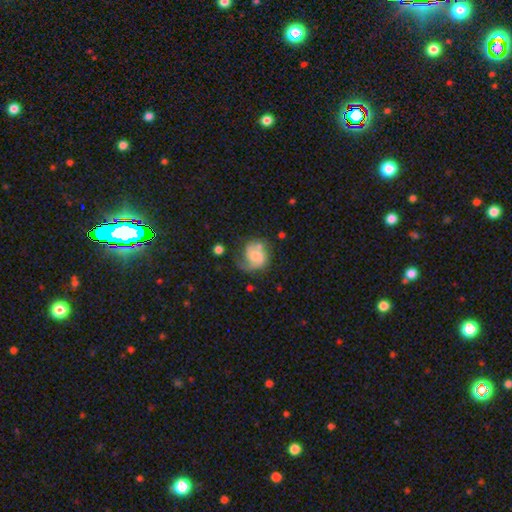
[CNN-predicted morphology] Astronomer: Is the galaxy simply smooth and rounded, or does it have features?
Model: featured or disk — 65%.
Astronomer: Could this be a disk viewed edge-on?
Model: no — 98%.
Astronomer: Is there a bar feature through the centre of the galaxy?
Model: no — 59%.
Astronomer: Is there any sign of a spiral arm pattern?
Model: yes — 90%.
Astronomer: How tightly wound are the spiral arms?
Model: medium — 44% (runner-up: loose, 30%).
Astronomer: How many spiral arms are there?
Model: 2 — 57%.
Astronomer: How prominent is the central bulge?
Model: moderate — 37% (runner-up: small, 36%).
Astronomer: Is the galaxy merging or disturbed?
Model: none — 49% (runner-up: minor disturbance, 25%).